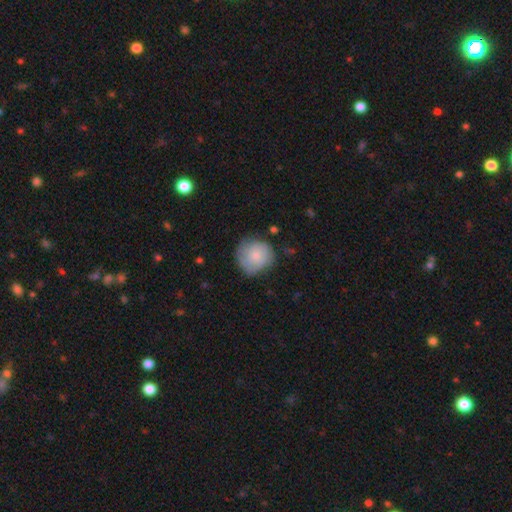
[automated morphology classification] A smooth galaxy with no disk features (69%) that is round (90%). Merging: none (69%).